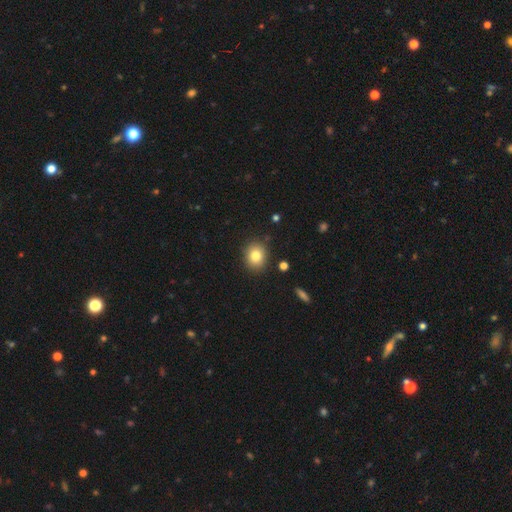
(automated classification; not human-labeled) A smooth galaxy with no disk features (81%) that is round (68%).

Vote fractions:
- Smooth or featured? smooth: 81% / star or artifact: 11% / featured or disk: 8%
- How rounded? round: 68% / in between: 31% / cigar-shaped: 1%
- Merging? none: 88% / minor disturbance: 8% / major disturbance: 2% / merger: 2%